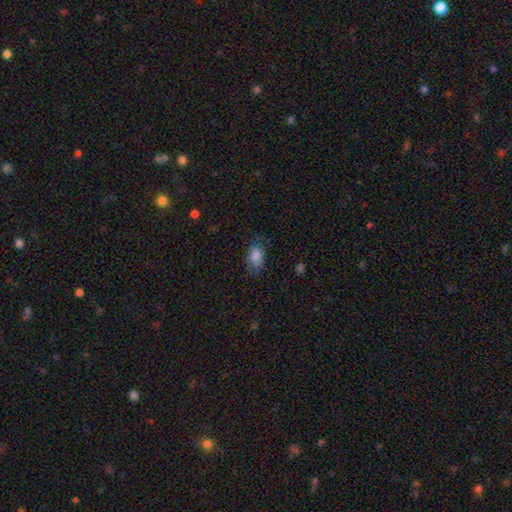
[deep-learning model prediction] The model was most divided on "merging": none: 73%, minor disturbance: 20%, major disturbance: 6%, merger: 1%. More confident: how rounded — in between (85%); smooth or featured — smooth (83%).